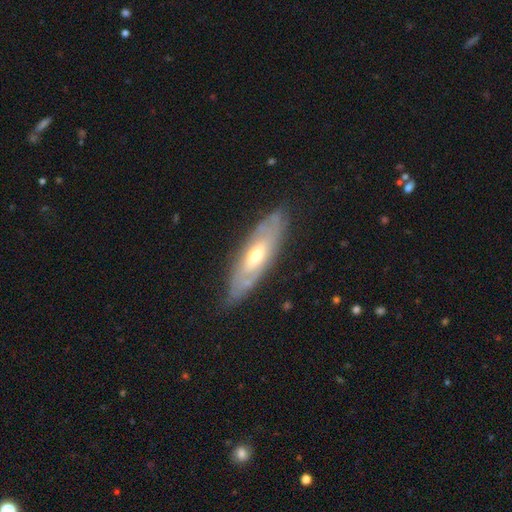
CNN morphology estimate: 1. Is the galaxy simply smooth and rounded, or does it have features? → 71% featured or disk, 23% smooth, 6% star or artifact.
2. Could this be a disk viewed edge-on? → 66% no, 34% yes.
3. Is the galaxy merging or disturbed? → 81% none, 15% minor disturbance, 3% major disturbance, 1% merger.